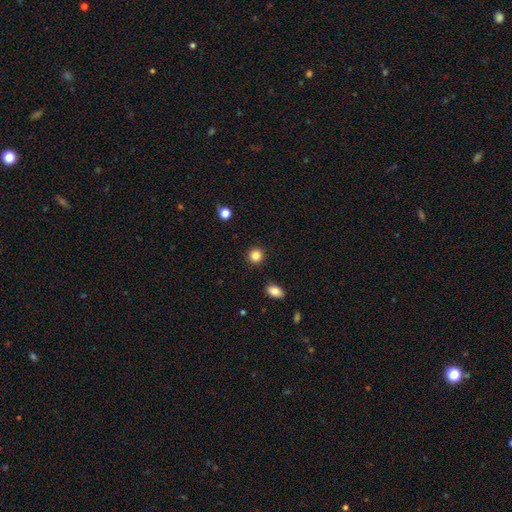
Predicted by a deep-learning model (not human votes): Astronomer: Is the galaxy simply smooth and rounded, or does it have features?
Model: smooth — 85%.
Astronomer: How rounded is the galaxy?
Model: round — 91%.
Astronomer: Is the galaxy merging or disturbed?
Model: none — 91%.